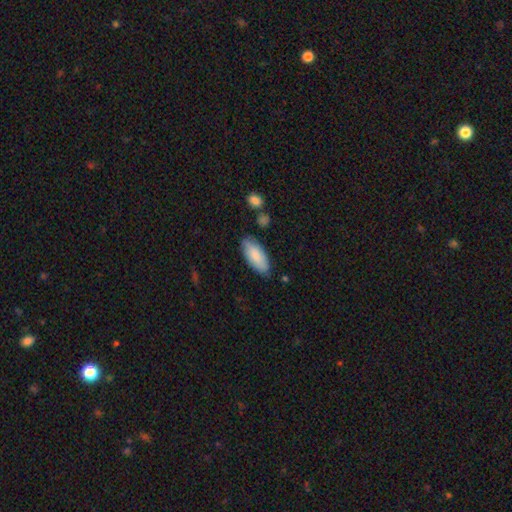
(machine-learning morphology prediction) smooth 79%, featured or disk 15%, star or artifact 6%. Down the decision tree: how rounded — in between (88%); merging — none (78%).